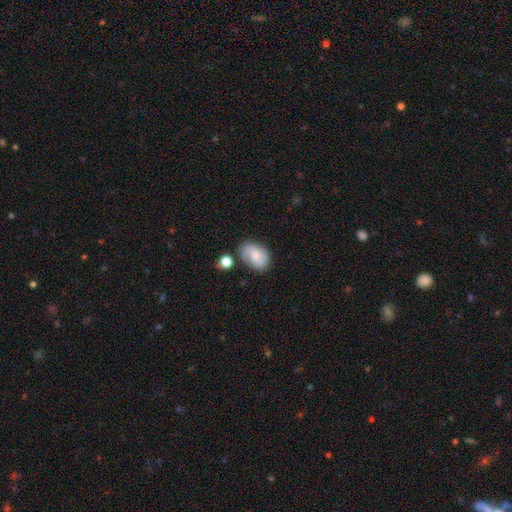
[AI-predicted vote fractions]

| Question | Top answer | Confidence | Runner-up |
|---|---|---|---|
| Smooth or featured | smooth | 51% | featured or disk (41%) |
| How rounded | in between | 78% | round (21%) |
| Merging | none | 67% | minor disturbance (20%) |